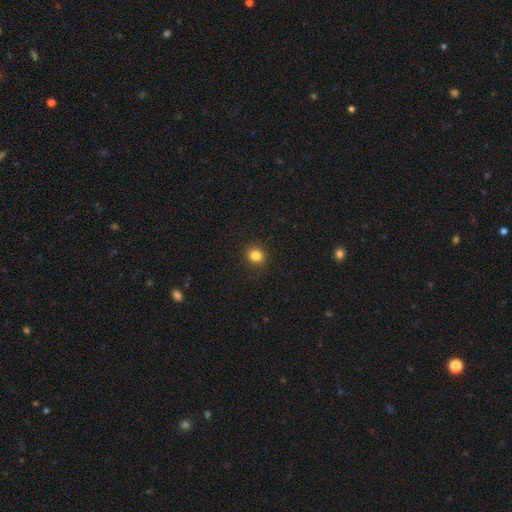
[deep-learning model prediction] Q: Smooth or featured?
A: smooth (83%); runner-up: star or artifact (12%)
Q: How rounded?
A: round (79%); runner-up: in between (20%)
Q: Merging?
A: none (90%); runner-up: minor disturbance (7%)